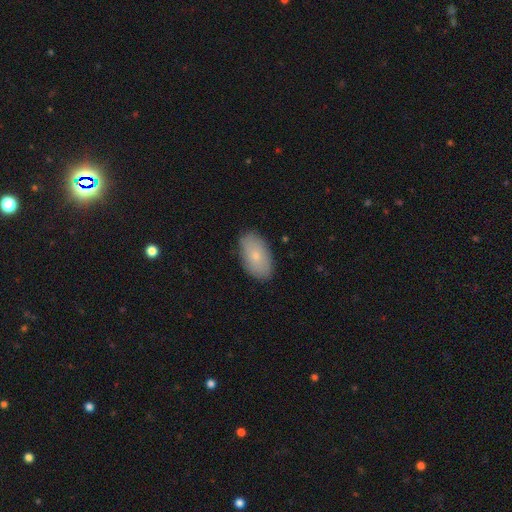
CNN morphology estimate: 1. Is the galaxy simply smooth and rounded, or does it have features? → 76% smooth, 17% featured or disk, 7% star or artifact.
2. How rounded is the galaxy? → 94% in between, 4% round, 2% cigar-shaped.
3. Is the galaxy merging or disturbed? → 86% none, 11% minor disturbance, 2% major disturbance, 1% merger.